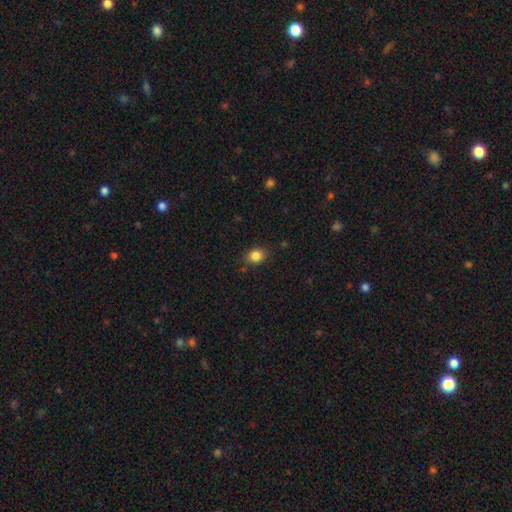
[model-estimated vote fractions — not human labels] A smooth galaxy with no disk features (84%) that is round (56%). Merging: none (84%).